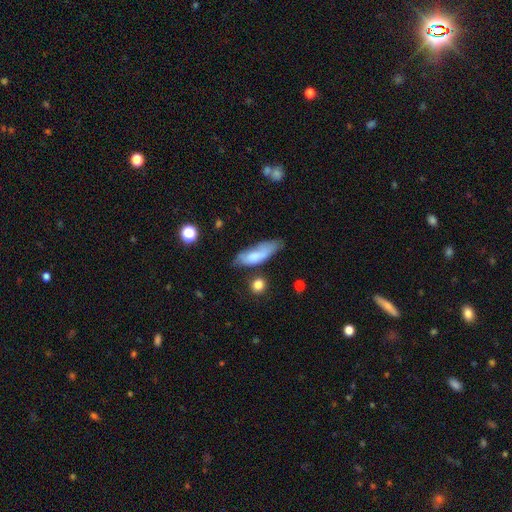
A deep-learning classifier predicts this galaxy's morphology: Q: Smooth or featured?
A: smooth (72%); runner-up: featured or disk (21%)
Q: How rounded?
A: in between (55%); runner-up: cigar-shaped (42%)
Q: Merging?
A: none (47%); runner-up: minor disturbance (33%)